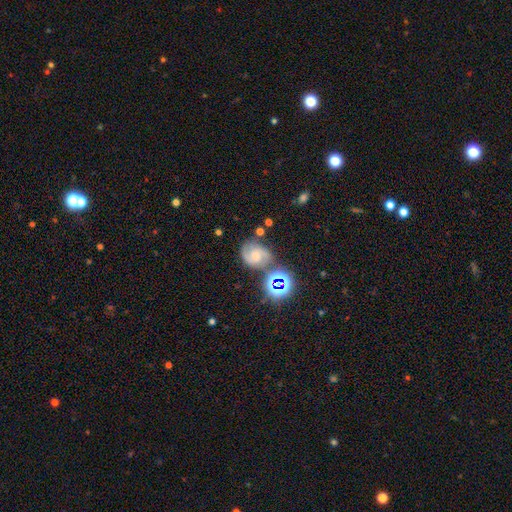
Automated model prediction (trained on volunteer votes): Smooth or featured? featured or disk (61%)
Edge-on disk? no (97%)
Bar? no (55%)
Spiral arms? yes (92%)
Spiral winding? medium (49%)
Spiral arm count? 2 (78%)
Bulge size? moderate (41%)
Merging? none (59%)